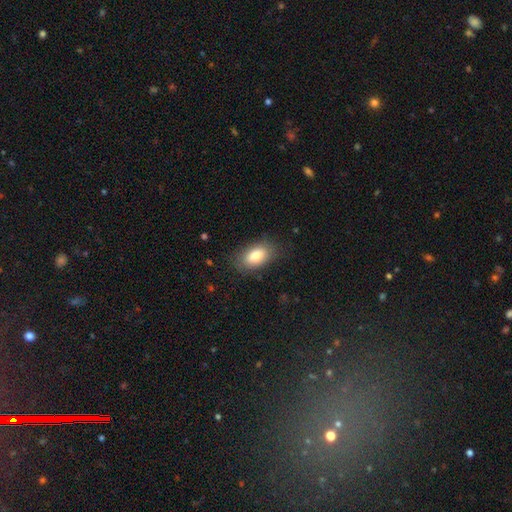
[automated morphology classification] type=smooth (81%); roundness=in between (91%); merging=none (81%).